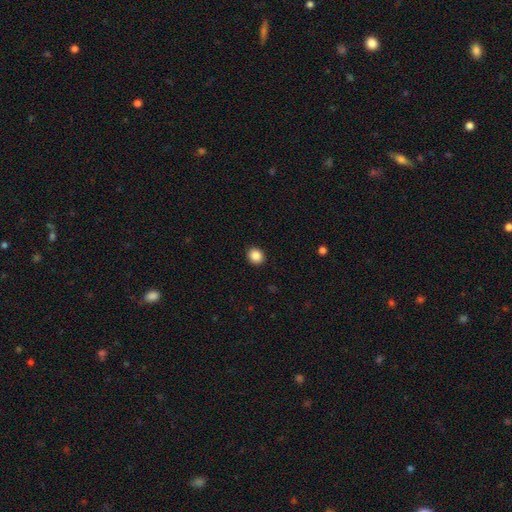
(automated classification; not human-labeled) Morphology: type=smooth (87%); roundness=round (78%); merging=none (92%).